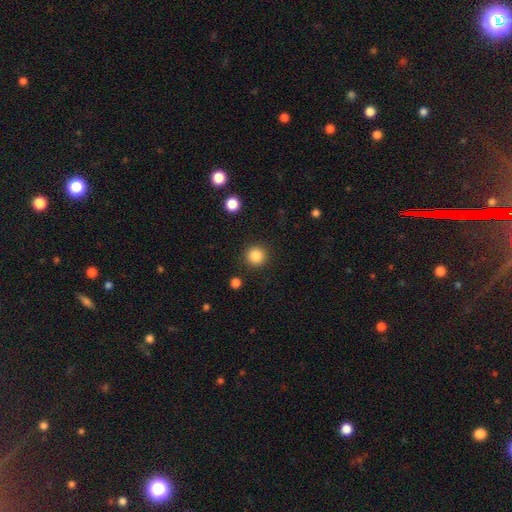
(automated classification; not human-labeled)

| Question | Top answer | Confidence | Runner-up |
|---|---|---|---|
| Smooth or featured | smooth | 86% | star or artifact (11%) |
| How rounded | round | 95% | in between (4%) |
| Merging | none | 91% | minor disturbance (5%) |